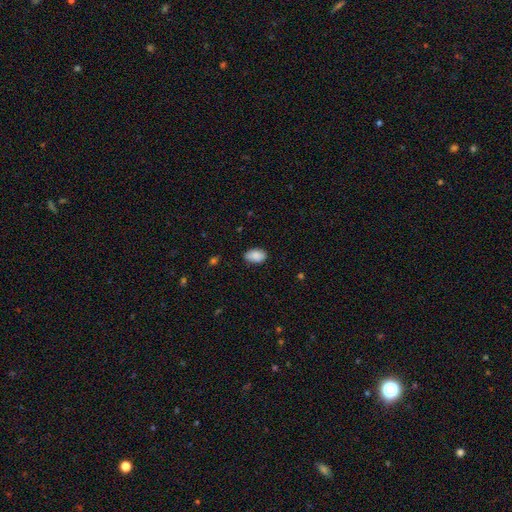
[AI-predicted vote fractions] A smooth galaxy with no disk features (87%) that is in between round and cigar-shaped (91%). Merging: none (80%).